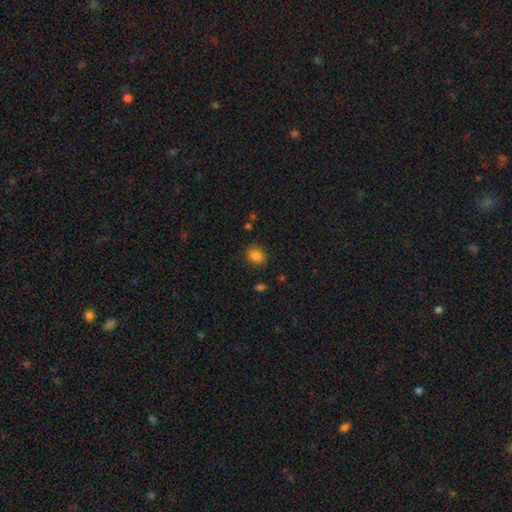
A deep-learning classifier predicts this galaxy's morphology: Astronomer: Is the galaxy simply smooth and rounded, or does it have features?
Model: smooth — 84%.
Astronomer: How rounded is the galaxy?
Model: round — 59% (runner-up: in between, 40%).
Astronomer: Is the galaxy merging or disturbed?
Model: none — 86%.